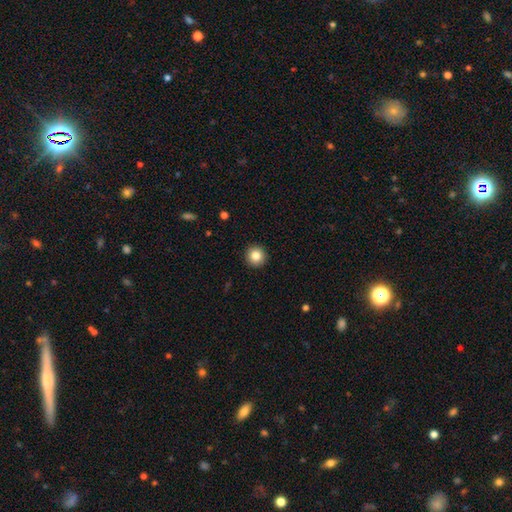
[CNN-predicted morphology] This is clearly a smooth galaxy (83%). How rounded: clearly round (96%). Merging: clearly none (93%).